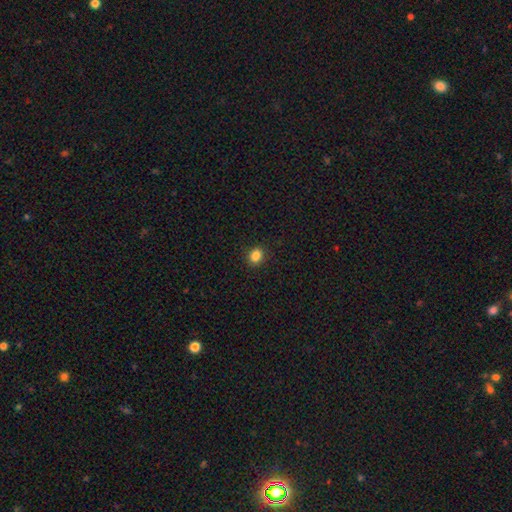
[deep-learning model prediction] smooth-or-featured: smooth: 85% | star or artifact: 11% | featured or disk: 4%
  how-rounded: round: 60% | in between: 39% | cigar-shaped: 1%
  merging: none: 90% | minor disturbance: 7% | major disturbance: 2% | merger: 1%